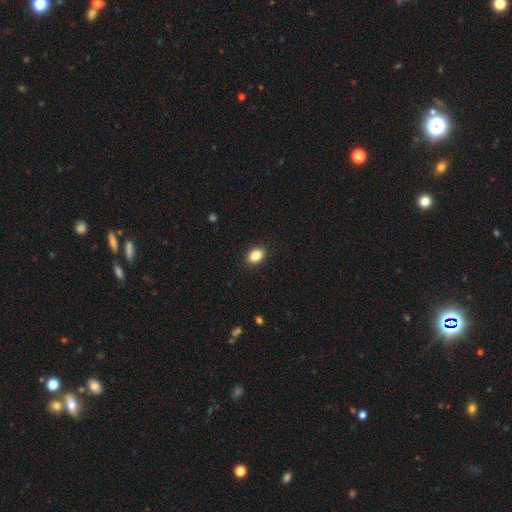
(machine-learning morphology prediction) Overall: smooth (86%). How rounded: in between (77%). Merging: none (90%).